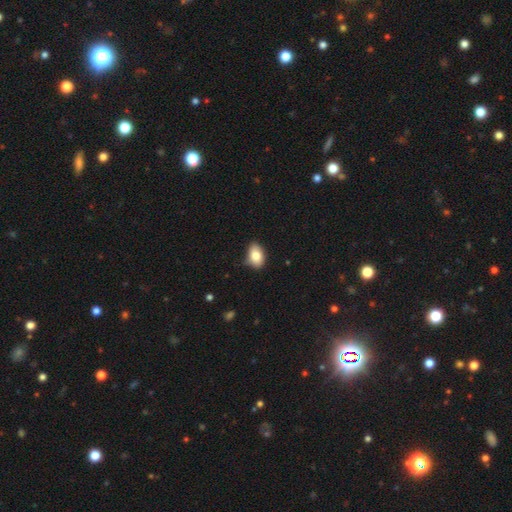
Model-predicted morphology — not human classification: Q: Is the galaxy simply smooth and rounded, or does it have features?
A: smooth — 83%.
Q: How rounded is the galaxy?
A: in between — 86%.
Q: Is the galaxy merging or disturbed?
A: none — 72%.